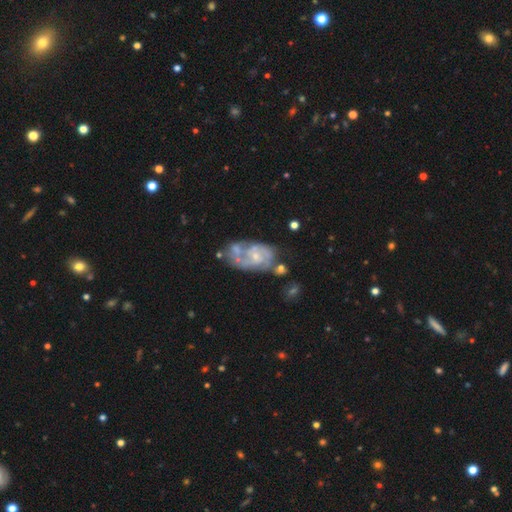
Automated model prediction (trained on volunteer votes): Q: Smooth or featured?
A: featured or disk (78%); runner-up: smooth (15%)
Q: Edge-on disk?
A: no (97%); runner-up: yes (3%)
Q: Bar?
A: no (67%); runner-up: weak (28%)
Q: Spiral arms?
A: yes (77%); runner-up: no (23%)
Q: Spiral winding?
A: medium (43%); runner-up: tight (39%)
Q: Spiral arm count?
A: 2 (39%); runner-up: can't tell (34%)
Q: Bulge size?
A: small (65%); runner-up: moderate (25%)
Q: Merging?
A: none (38%); runner-up: minor disturbance (23%)